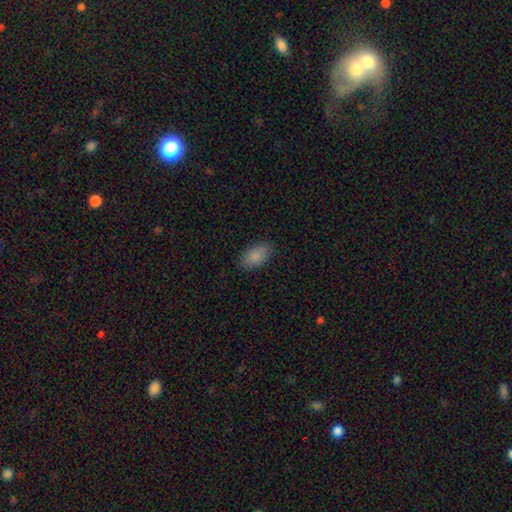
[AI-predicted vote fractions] Smooth or featured: smooth — 88% (star or artifact — 7%)
How rounded: in between — 94% (round — 4%)
Merging: none — 86% (minor disturbance — 10%)